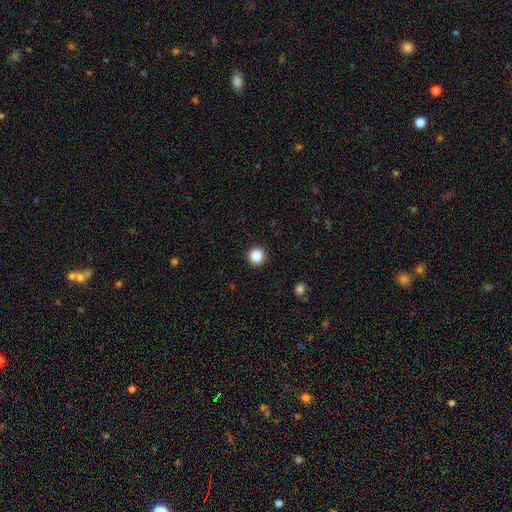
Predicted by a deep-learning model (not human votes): smooth_or_featured: smooth (p=0.87) [alt: star or artifact p=0.10]
how_rounded: round (p=0.95) [alt: in between p=0.04]
merging: none (p=0.92) [alt: minor disturbance p=0.05]